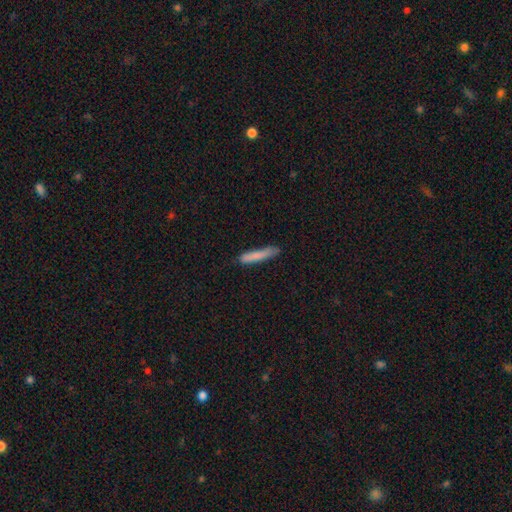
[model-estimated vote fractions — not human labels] smooth-or-featured: smooth: 80% | featured or disk: 13% | star or artifact: 6%
  how-rounded: cigar-shaped: 93% | in between: 6% | round: 1%
  merging: none: 78% | minor disturbance: 17% | major disturbance: 3% | merger: 2%